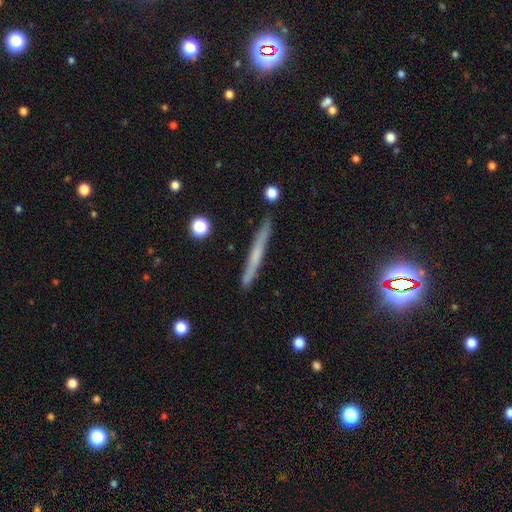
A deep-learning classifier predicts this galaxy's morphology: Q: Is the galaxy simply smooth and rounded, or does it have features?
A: smooth — 47%.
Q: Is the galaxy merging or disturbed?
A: none — 89%.